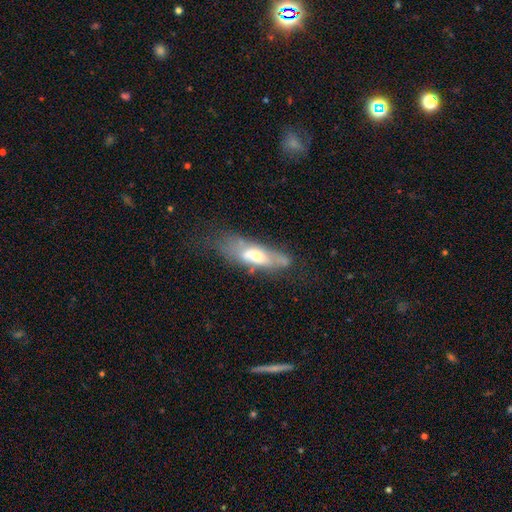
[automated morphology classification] smooth-or-featured: featured or disk: 53% | smooth: 39% | star or artifact: 8%
  disk-edge-on: no: 70% | yes: 30%
  merging: none: 43% | minor disturbance: 27% | major disturbance: 21% | merger: 9%